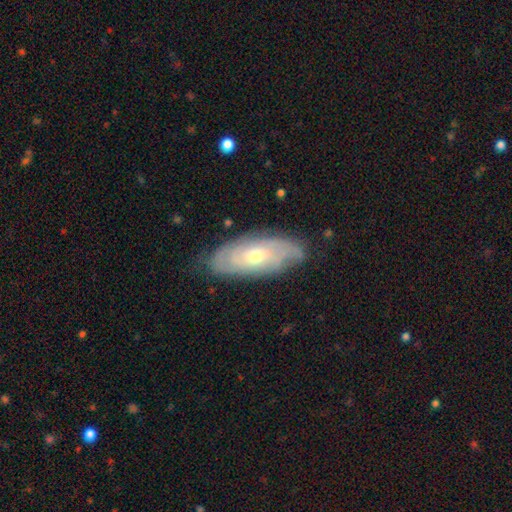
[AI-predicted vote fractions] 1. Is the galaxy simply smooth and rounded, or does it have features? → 68% featured or disk, 26% smooth, 6% star or artifact.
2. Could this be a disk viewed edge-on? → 87% no, 13% yes.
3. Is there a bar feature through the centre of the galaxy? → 74% no, 22% weak, 4% strong.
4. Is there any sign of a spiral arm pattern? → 83% yes, 17% no.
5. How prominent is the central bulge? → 57% moderate, 38% small, 3% large, 1% none, 1% dominant.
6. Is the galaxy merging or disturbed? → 75% none, 19% minor disturbance, 5% major disturbance, 1% merger.